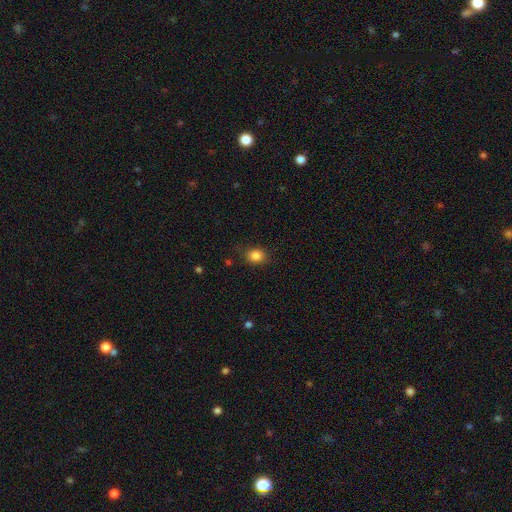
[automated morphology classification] This appears to be a smooth galaxy with no disk features (85%) that is round (64%). Merging: none (83%).